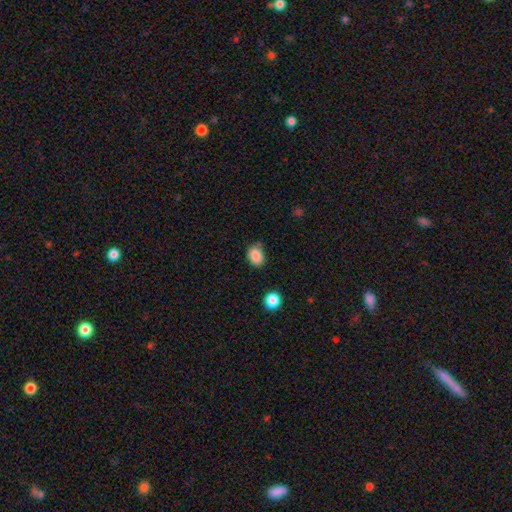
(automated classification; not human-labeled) Smooth or featured: smooth — 87% (star or artifact — 9%)
How rounded: in between — 59% (round — 40%)
Merging: none — 69% (minor disturbance — 22%)